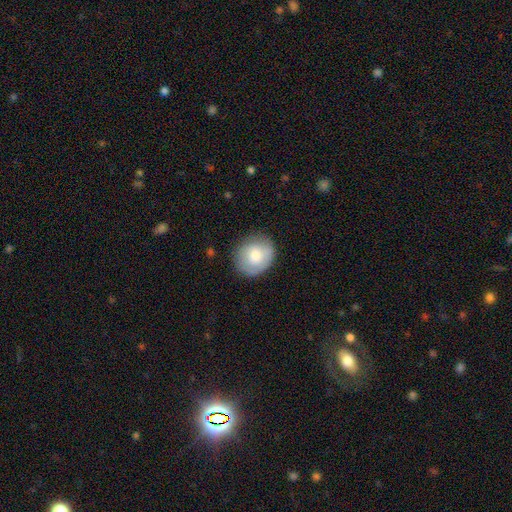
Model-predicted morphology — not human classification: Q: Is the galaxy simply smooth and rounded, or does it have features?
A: smooth — 70%.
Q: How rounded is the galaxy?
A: round — 74%.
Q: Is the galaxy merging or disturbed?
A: none — 78%.